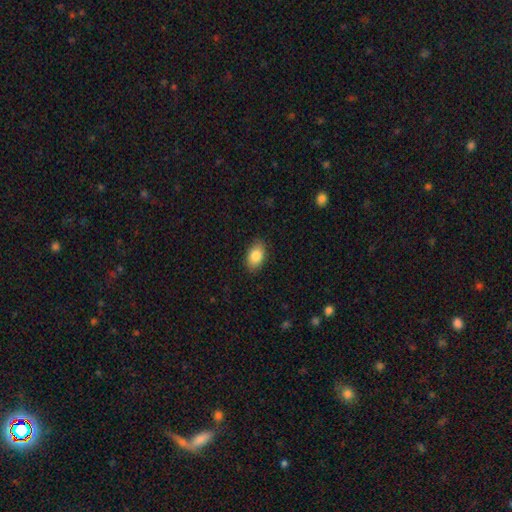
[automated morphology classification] type=smooth (84%); roundness=in between (92%); merging=none (88%).